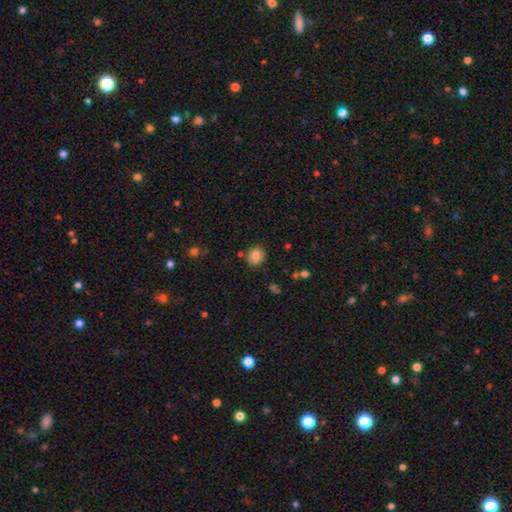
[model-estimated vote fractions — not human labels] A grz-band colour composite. It shows a smooth galaxy with no disk features (82%) that is round (68%). Merging: none (83%).